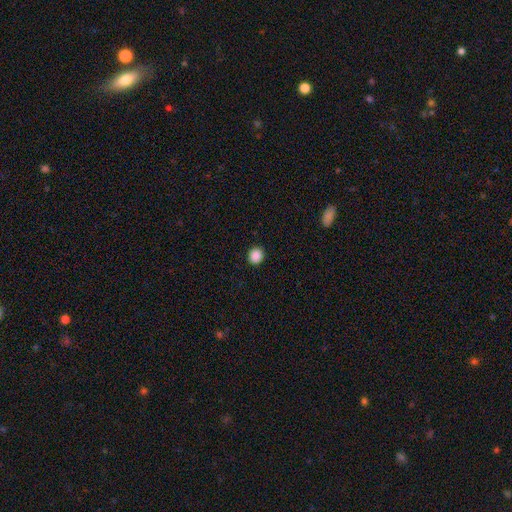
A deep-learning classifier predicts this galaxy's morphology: Smooth or featured? Predicted: smooth (p=0.89). How rounded? Predicted: round (p=0.79). Merging? Predicted: none (p=0.92).